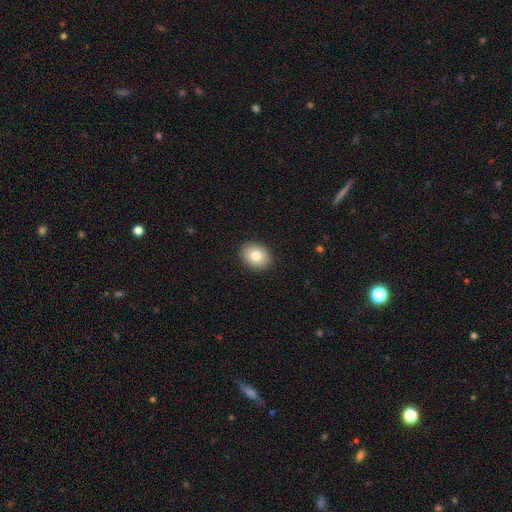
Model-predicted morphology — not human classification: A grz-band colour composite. It shows a smooth galaxy with no disk features (83%) that is in between round and cigar-shaped (55%). Merging: none (90%).